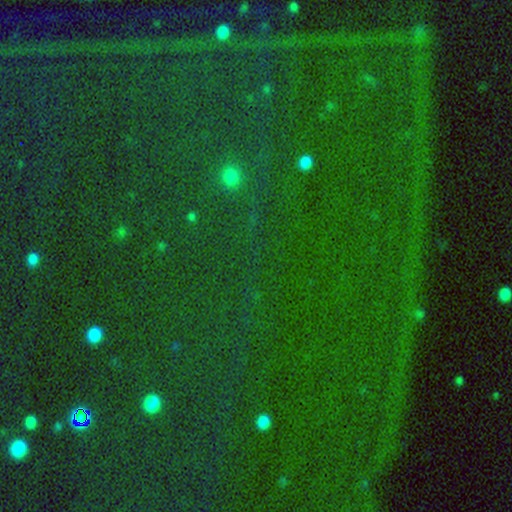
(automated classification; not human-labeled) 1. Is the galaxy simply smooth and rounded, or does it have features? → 80% star or artifact, 13% smooth, 7% featured or disk.